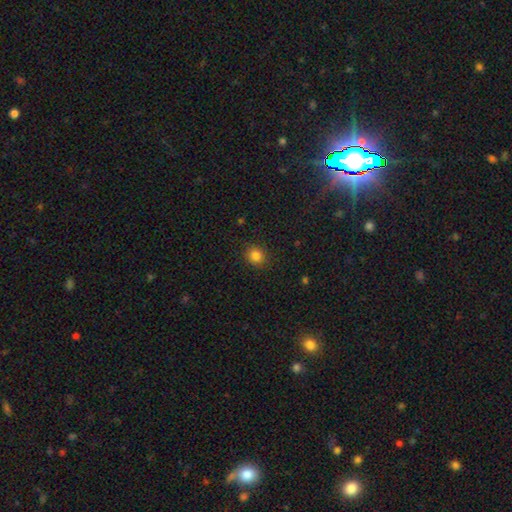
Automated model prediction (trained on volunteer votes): smooth-or-featured: smooth: 84% | star or artifact: 12% | featured or disk: 4%
  how-rounded: round: 76% | in between: 23% | cigar-shaped: 1%
  merging: none: 88% | minor disturbance: 9% | major disturbance: 3% | merger: 1%